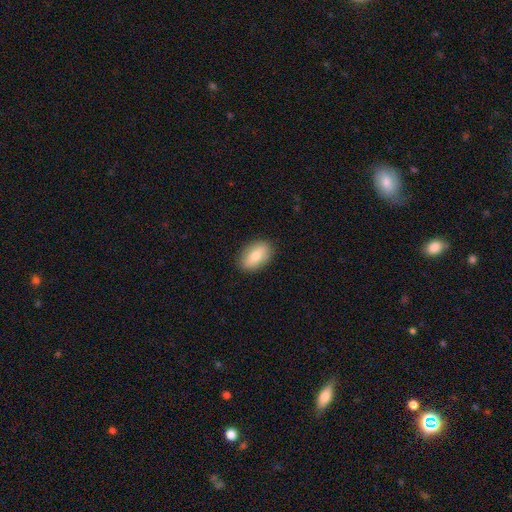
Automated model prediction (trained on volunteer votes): Q: Smooth or featured?
A: smooth (75%); runner-up: featured or disk (18%)
Q: How rounded?
A: in between (90%); runner-up: round (7%)
Q: Merging?
A: none (87%); runner-up: minor disturbance (9%)